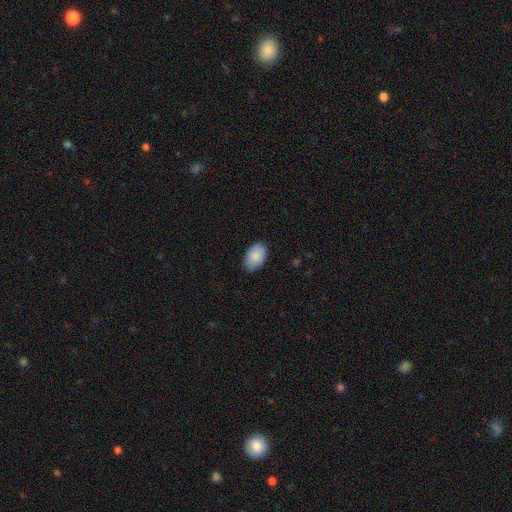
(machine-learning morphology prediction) smooth 87%, featured or disk 7%, star or artifact 6%. Down the decision tree: how rounded — in between (91%); merging — none (80%).